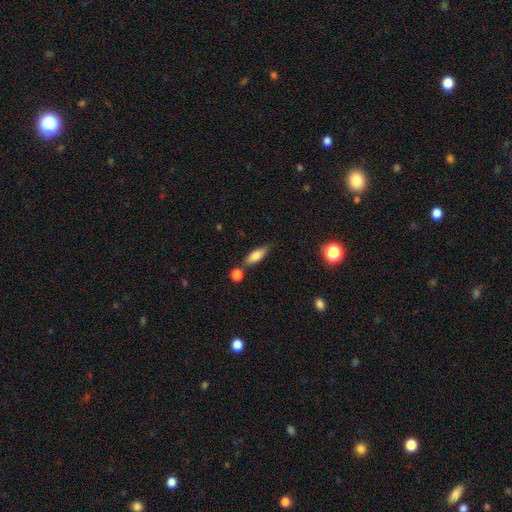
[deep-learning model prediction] Smooth or featured? Predicted: smooth (p=0.75). How rounded? Predicted: in between (p=0.61). Merging? Predicted: none (p=0.69).